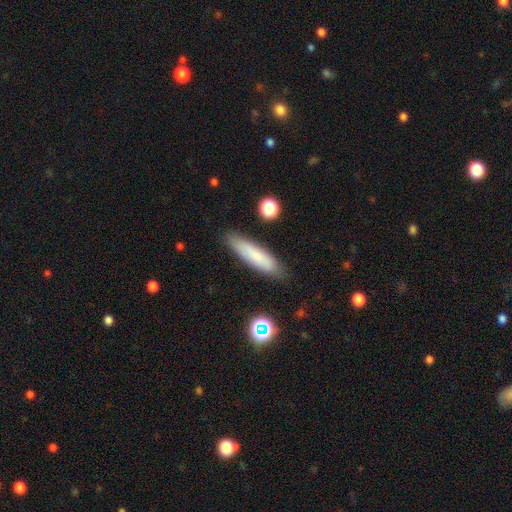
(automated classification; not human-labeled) Smooth or featured: smooth — 77% (featured or disk — 16%)
How rounded: cigar-shaped — 78% (in between — 21%)
Merging: none — 85% (minor disturbance — 11%)